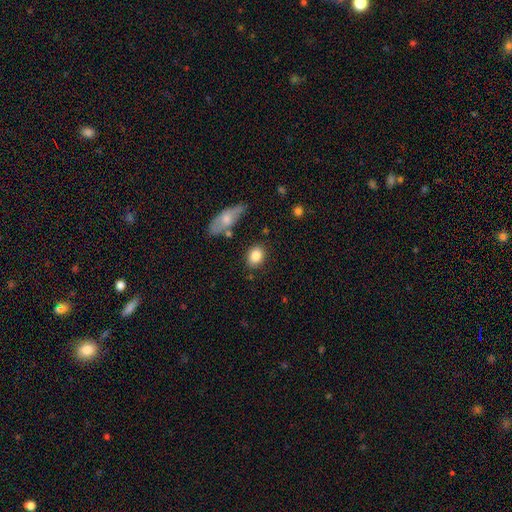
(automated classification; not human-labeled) Smooth or featured: smooth — 85% (featured or disk — 8%)
How rounded: in between — 64% (round — 34%)
Merging: none — 82% (minor disturbance — 11%)